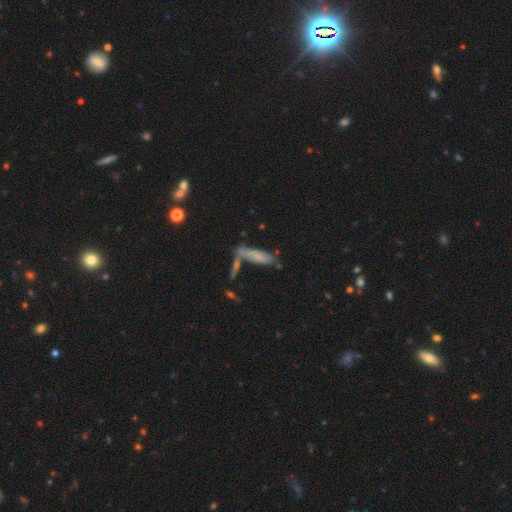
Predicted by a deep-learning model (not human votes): Smooth or featured? smooth (65%)
How rounded? cigar-shaped (70%)
Merging? none (53%)